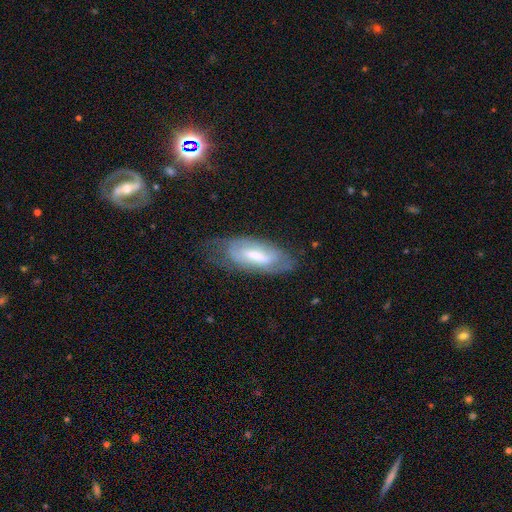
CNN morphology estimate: Smooth or featured? featured or disk (53%)
Edge-on disk? no (82%)
Merging? none (58%)